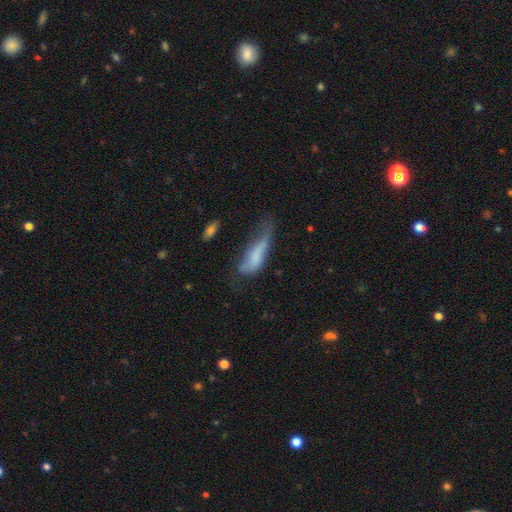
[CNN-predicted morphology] A smooth galaxy with no disk features (64%) that is in between round and cigar-shaped (52%). Merging: major disturbance (42%).